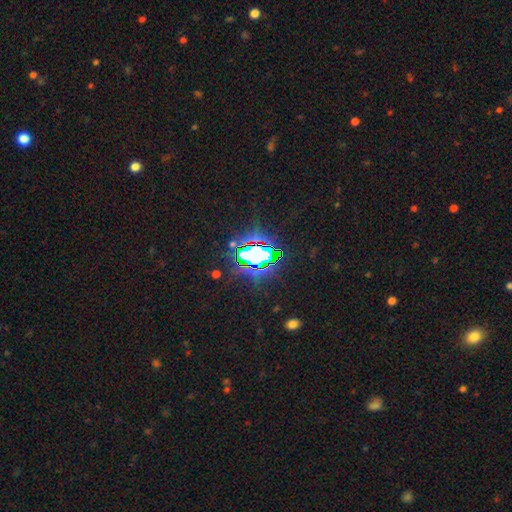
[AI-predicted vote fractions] This appears to be a star or artifact, not a galaxy (74%).